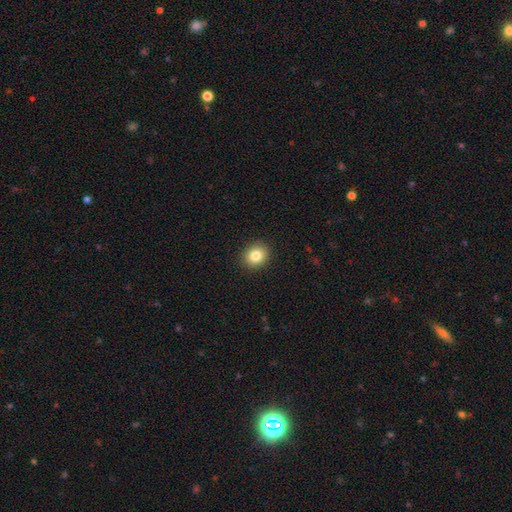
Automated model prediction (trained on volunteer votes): smooth 83%, star or artifact 10%, featured or disk 7%. Down the decision tree: how rounded — round (70%); merging — none (91%).